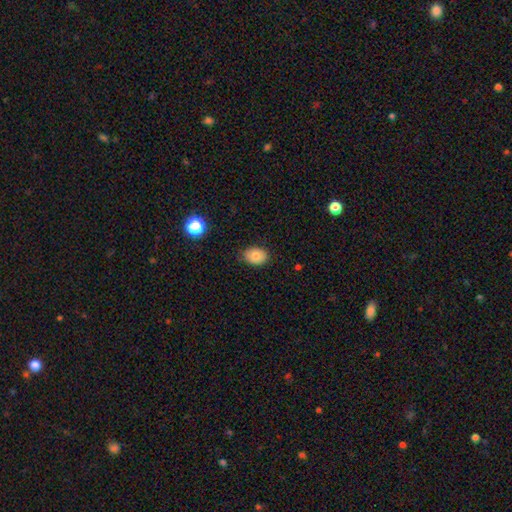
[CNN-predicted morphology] This is clearly a smooth galaxy (82%). How rounded: likely in between (70%). Merging: clearly none (81%).